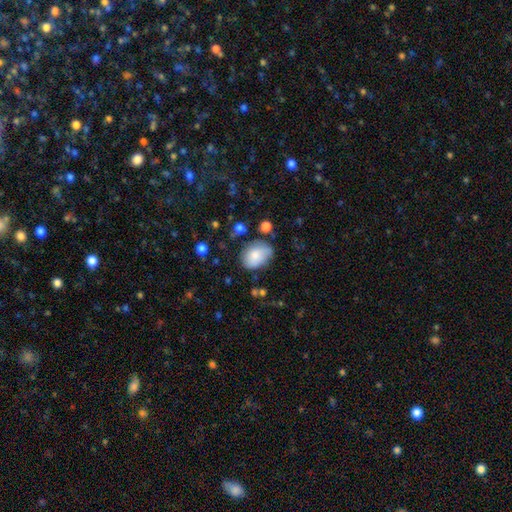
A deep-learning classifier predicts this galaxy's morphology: Smooth or featured?
  - smooth: 81% *
  - featured or disk: 11%
  - star or artifact: 8%
How rounded?
  - in between: 76% *
  - round: 23%
  - cigar-shaped: 1%
Merging?
  - none: 61% *
  - minor disturbance: 27%
  - major disturbance: 7%
  - merger: 5%